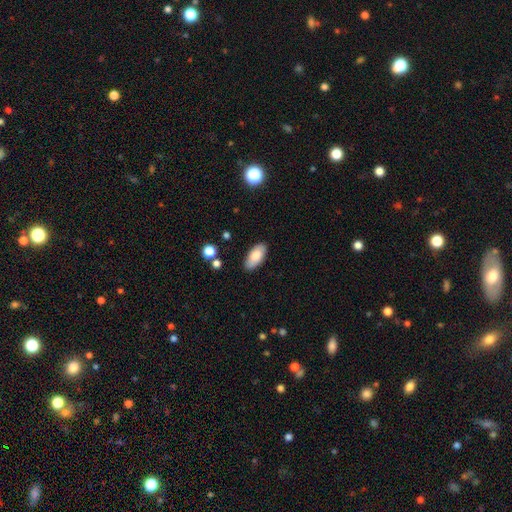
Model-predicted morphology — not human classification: type=smooth (82%); roundness=in between (93%); merging=none (86%).